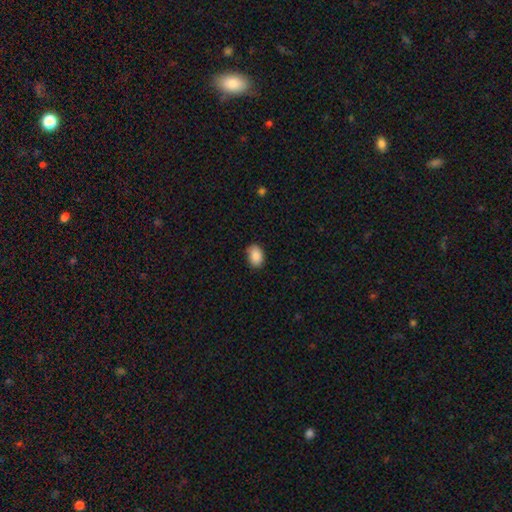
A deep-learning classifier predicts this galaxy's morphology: type=smooth (89%); roundness=in between (81%); merging=none (81%).